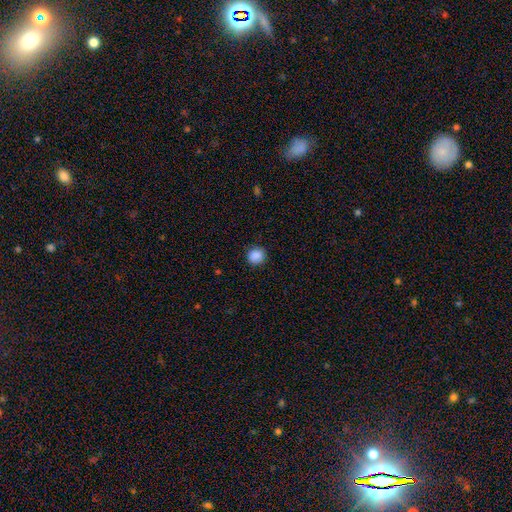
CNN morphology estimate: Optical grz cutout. It shows a smooth galaxy with no disk features (89%) that is round (92%). Merging: none (91%).